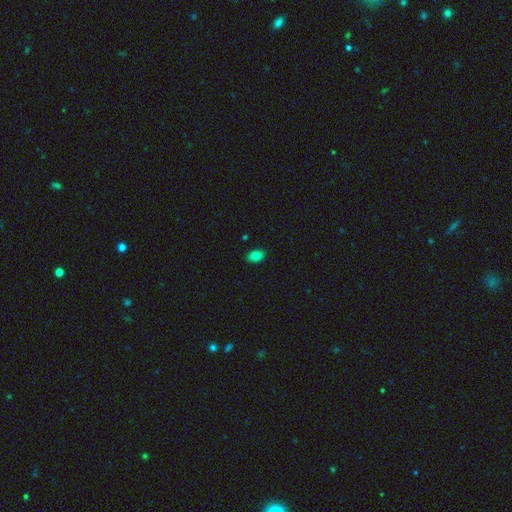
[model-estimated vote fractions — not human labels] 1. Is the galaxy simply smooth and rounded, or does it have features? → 82% smooth, 10% star or artifact, 8% featured or disk.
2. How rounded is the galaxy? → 85% in between, 13% round, 1% cigar-shaped.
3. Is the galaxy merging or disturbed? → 87% none, 10% minor disturbance, 2% major disturbance, 1% merger.